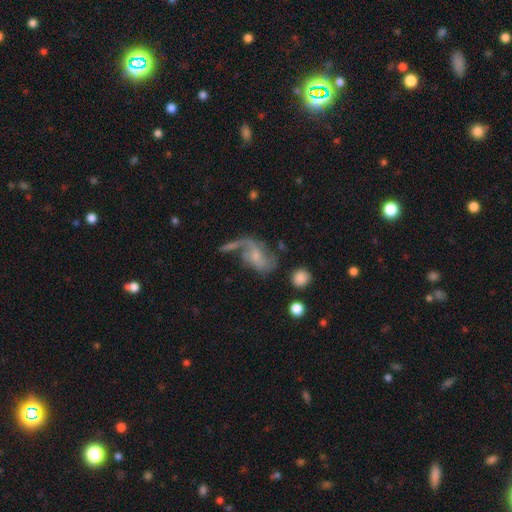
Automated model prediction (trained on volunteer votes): The model was most divided on "merging": major disturbance: 33%, none: 32%, minor disturbance: 20%, merger: 14%. More confident: edge-on disk — no (96%); spiral arms — yes (84%); smooth or featured — featured or disk (70%); spiral winding — loose (66%); spiral arm count — 2 (61%); bulge size — small (58%); bar — no (54%).